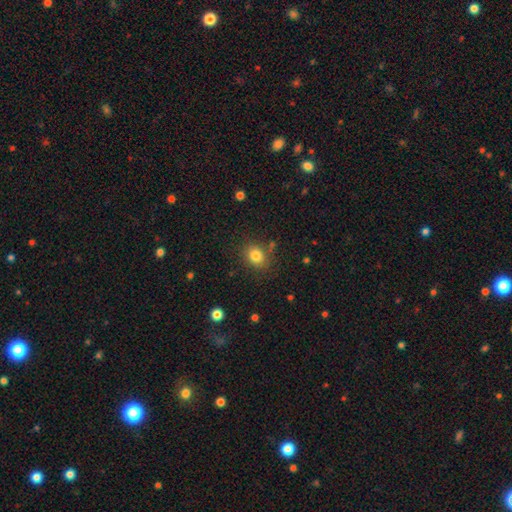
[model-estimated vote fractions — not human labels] smooth 81%, star or artifact 12%, featured or disk 7%. Down the decision tree: how rounded — round (61%); merging — none (82%).